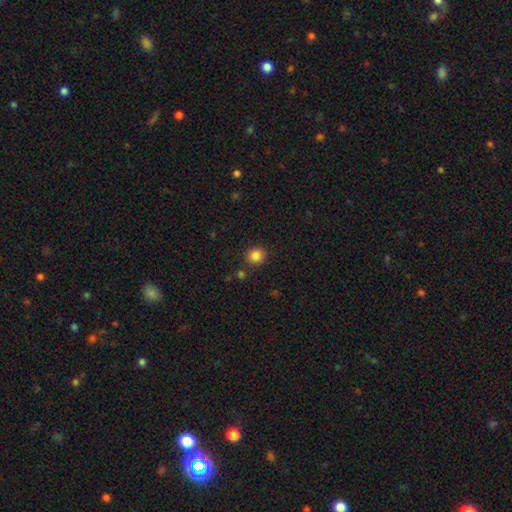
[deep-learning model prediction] The model was most divided on "smooth or featured": smooth: 85%, star or artifact: 11%, featured or disk: 4%. More confident: merging — none (87%); how rounded — round (87%).